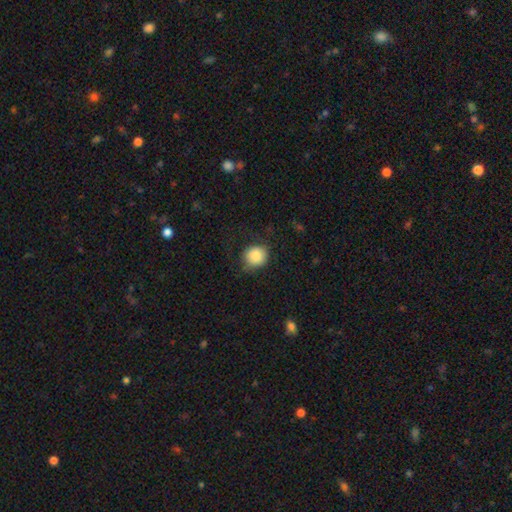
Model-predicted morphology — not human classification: This appears to be a smooth galaxy with no disk features (87%) that is round (87%). Merging: none (72%).